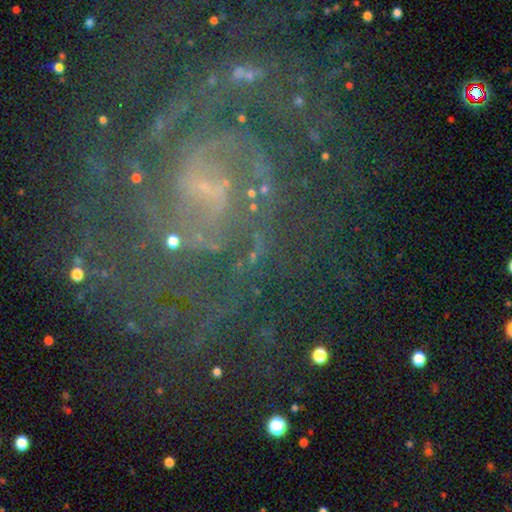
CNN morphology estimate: Overall: featured or disk (67%). Edge-on disk: no (97%). Bar: weak (40%; no 33%). Spiral arms: yes (92%). Spiral arm count: 2 (38%; can't tell 22%). Spiral winding: tight (47%; medium 39%). Bulge size: small (67%). Merging: none (67%).